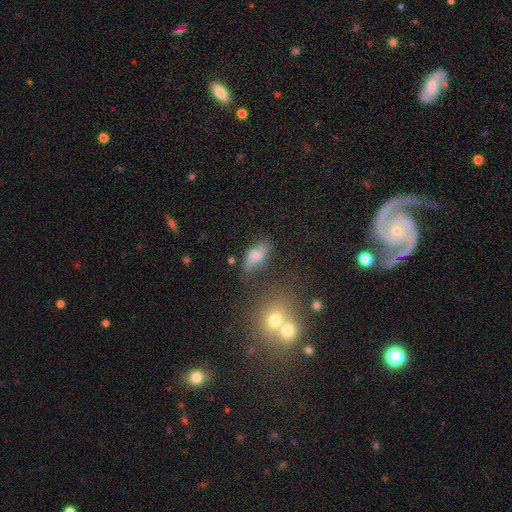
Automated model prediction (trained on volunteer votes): A featured or disk galaxy (55%) with no bar (56%), spiral arms (86%) and a moderate central bulge (43%).

Vote fractions:
- Smooth or featured? featured or disk: 55% / smooth: 34% / star or artifact: 11%
- Edge-on disk? no: 92% / yes: 8%
- Bar? no: 56% / weak: 37% / strong: 8%
- Spiral arms? yes: 86% / no: 14%
- Bulge size? moderate: 43% / small: 26% / none: 15% / large: 14% / dominant: 2%
- Merging? none: 59% / minor disturbance: 23% / major disturbance: 11% / merger: 6%